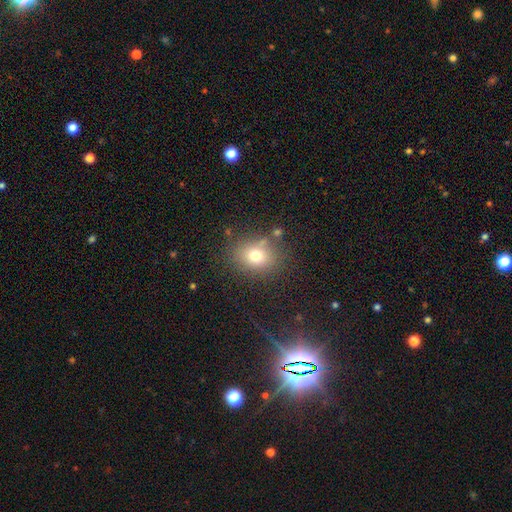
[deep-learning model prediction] The model was most divided on "how rounded": round: 57%, in between: 42%, cigar-shaped: 1%. More confident: merging — none (76%); smooth or featured — smooth (73%).